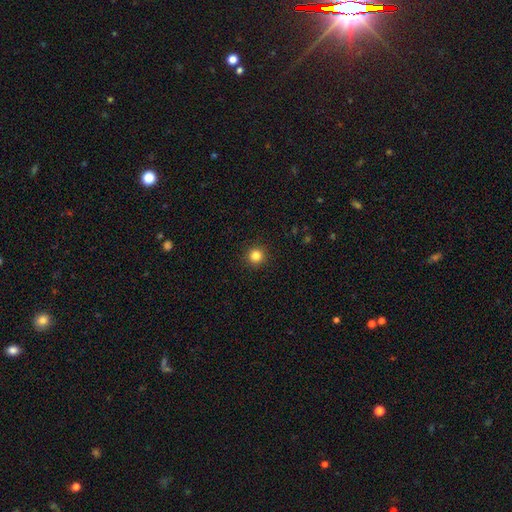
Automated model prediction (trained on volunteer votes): This is clearly a smooth galaxy (84%). How rounded: clearly round (95%). Merging: clearly none (93%).